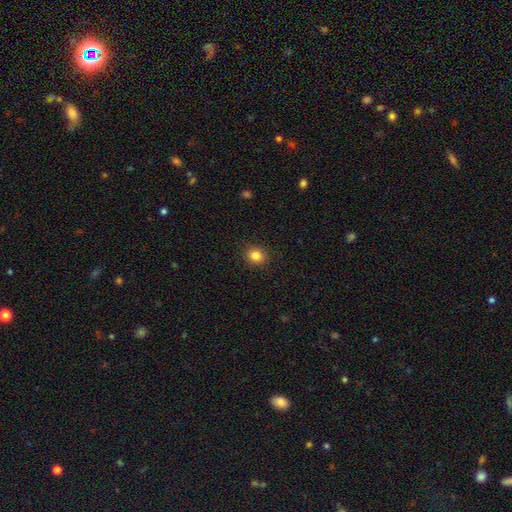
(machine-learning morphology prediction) smooth-or-featured: smooth: 85% | star or artifact: 11% | featured or disk: 5%
  how-rounded: round: 75% | in between: 24% | cigar-shaped: 1%
  merging: none: 90% | minor disturbance: 7% | major disturbance: 2% | merger: 1%